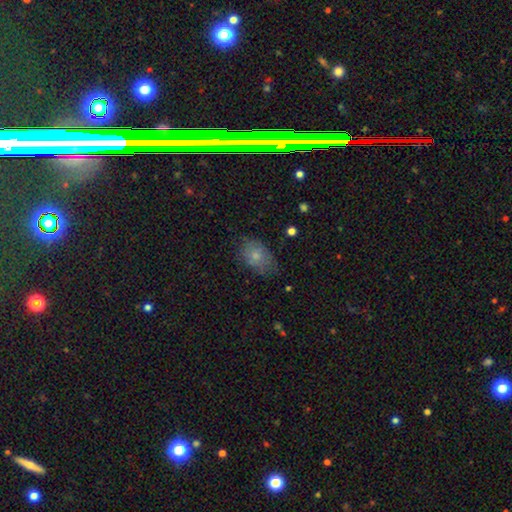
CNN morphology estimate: smooth-or-featured: smooth: 78% | featured or disk: 14% | star or artifact: 8%
  how-rounded: in between: 82% | round: 17% | cigar-shaped: 1%
  merging: none: 67% | minor disturbance: 24% | major disturbance: 7% | merger: 1%